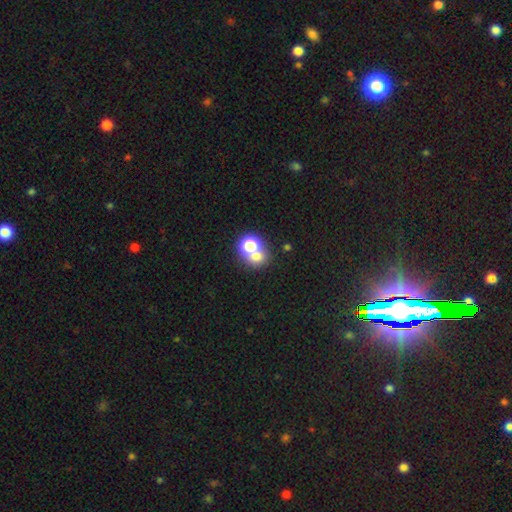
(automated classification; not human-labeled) smooth-or-featured: smooth: 65% | star or artifact: 21% | featured or disk: 14%
  how-rounded: round: 70% | in between: 29% | cigar-shaped: 1%
  merging: merger: 51% | none: 38% | minor disturbance: 7% | major disturbance: 4%